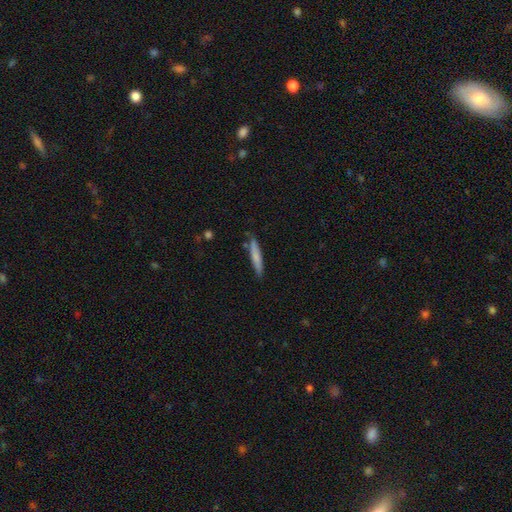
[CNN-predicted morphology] smooth-or-featured: smooth: 72% | featured or disk: 22% | star or artifact: 6%
  how-rounded: cigar-shaped: 93% | in between: 5% | round: 1%
  merging: none: 83% | minor disturbance: 12% | merger: 3% | major disturbance: 2%